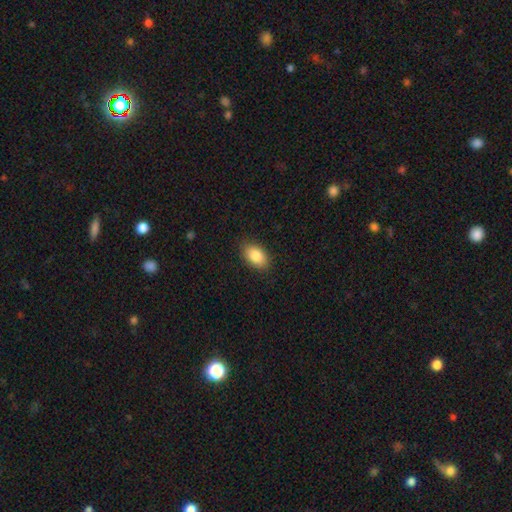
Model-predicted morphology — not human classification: A smooth galaxy with no disk features (87%) that is in between round and cigar-shaped (91%).

Vote fractions:
- Smooth or featured? smooth: 87% / star or artifact: 7% / featured or disk: 6%
- How rounded? in between: 91% / round: 7% / cigar-shaped: 2%
- Merging? none: 86% / minor disturbance: 10% / major disturbance: 2% / merger: 1%